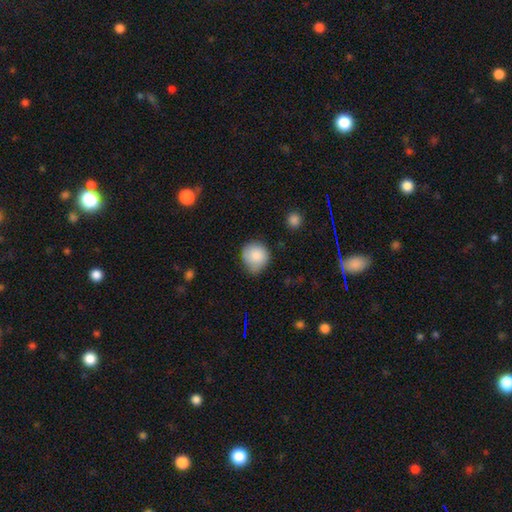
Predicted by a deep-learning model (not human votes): A smooth galaxy with no disk features (86%) that is round (85%). Merging: none (62%).